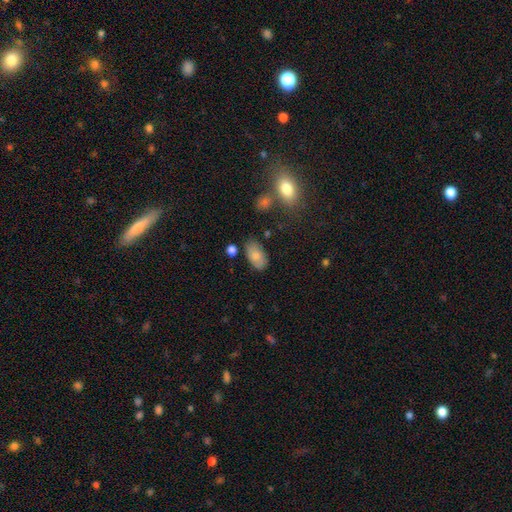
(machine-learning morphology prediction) A smooth galaxy with no disk features (80%) that is in between round and cigar-shaped (94%).

Vote fractions:
- Smooth or featured? smooth: 80% / featured or disk: 13% / star or artifact: 7%
- How rounded? in between: 94% / round: 4% / cigar-shaped: 2%
- Merging? none: 78% / minor disturbance: 15% / merger: 4% / major disturbance: 4%